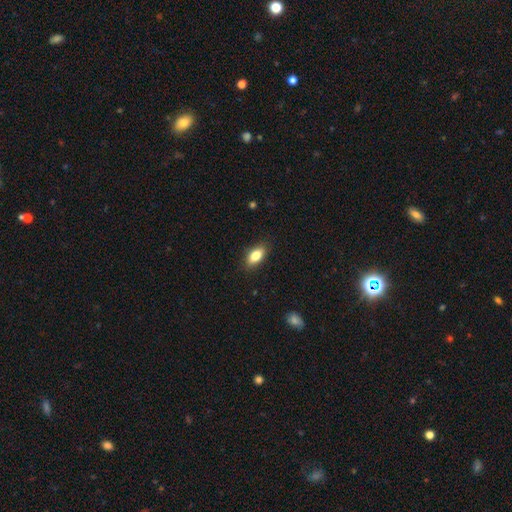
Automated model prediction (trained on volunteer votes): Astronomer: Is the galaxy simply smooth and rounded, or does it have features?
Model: smooth — 82%.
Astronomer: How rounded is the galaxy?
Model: in between — 88%.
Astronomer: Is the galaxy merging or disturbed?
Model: none — 87%.